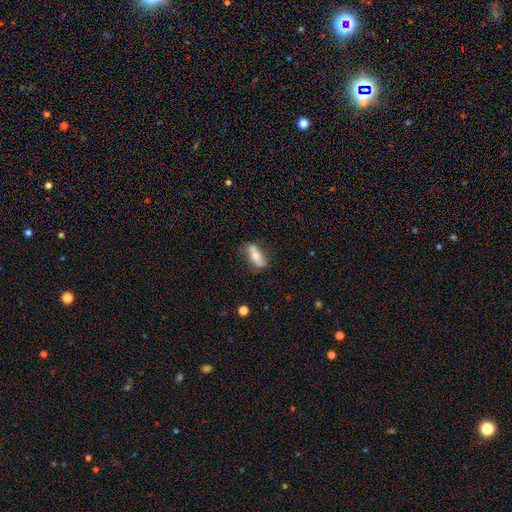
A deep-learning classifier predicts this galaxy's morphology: This is possibly a smooth galaxy (58%). How rounded: likely in between (72%). Merging: likely none (71%).